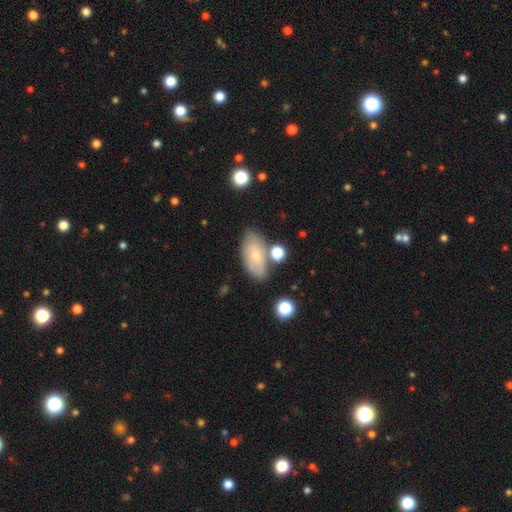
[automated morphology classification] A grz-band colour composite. It shows a smooth galaxy with no disk features (55%) that is in between round and cigar-shaped (90%). Merging: none (64%).